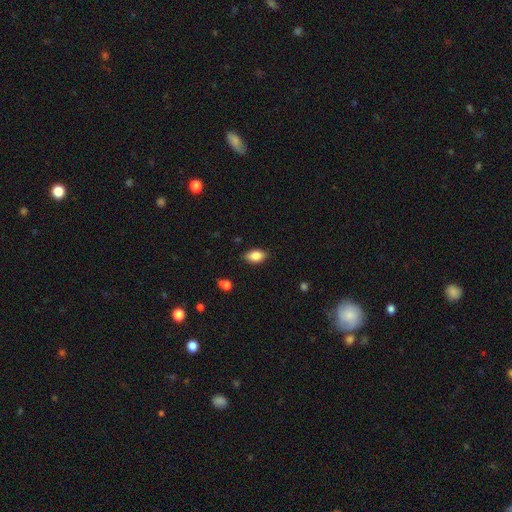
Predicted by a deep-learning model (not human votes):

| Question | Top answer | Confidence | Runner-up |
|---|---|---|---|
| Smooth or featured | smooth | 85% | star or artifact (8%) |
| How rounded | in between | 90% | round (6%) |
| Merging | none | 84% | minor disturbance (12%) |